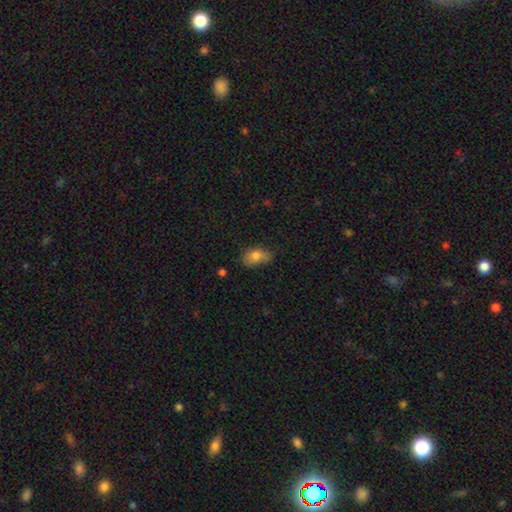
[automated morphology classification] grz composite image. It shows a smooth galaxy with no disk features (79%) that is in between round and cigar-shaped (85%). Merging: none (59%).